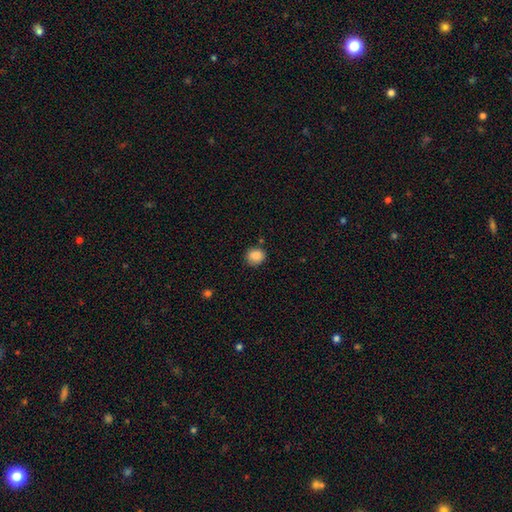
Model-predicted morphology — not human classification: Smooth or featured: smooth — 88% (star or artifact — 9%)
How rounded: round — 78% (in between — 21%)
Merging: none — 81% (minor disturbance — 13%)